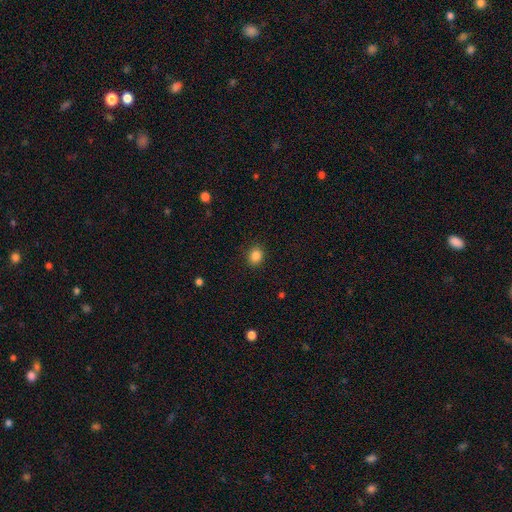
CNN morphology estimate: Smooth or featured? smooth (86%)
How rounded? round (67%)
Merging? none (90%)